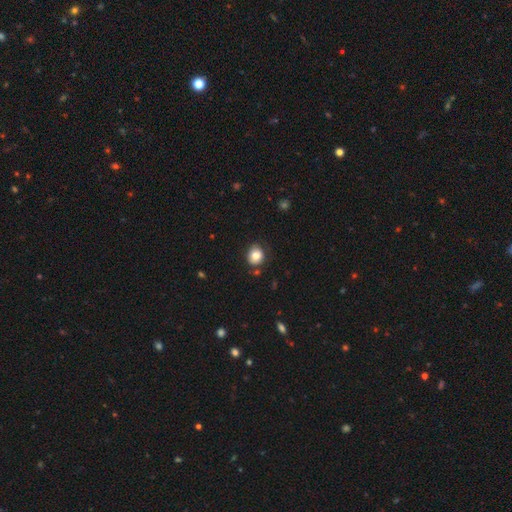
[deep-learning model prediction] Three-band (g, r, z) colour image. It shows a smooth galaxy with no disk features (81%) that is round (74%). Merging: none (82%).